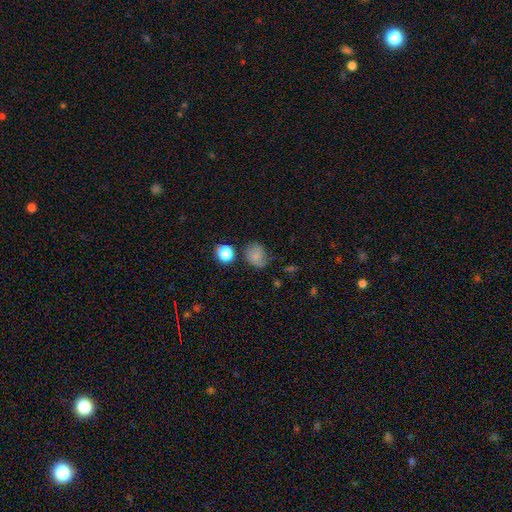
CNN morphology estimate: A smooth galaxy with no disk features (68%) that is round (58%). Merging: none (56%).